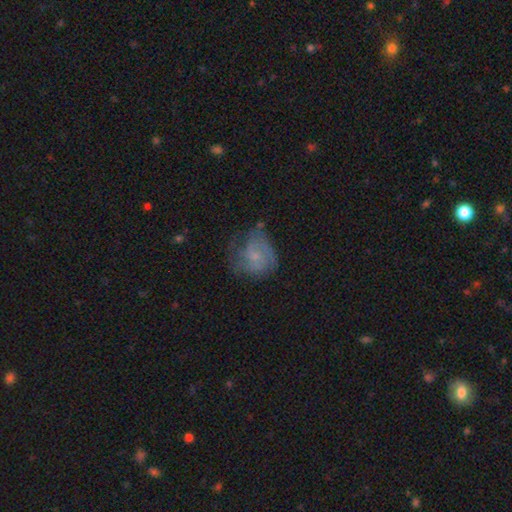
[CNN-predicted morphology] Smooth or featured: featured or disk — 49% (smooth — 41%)
Merging: none — 43% (minor disturbance — 30%)